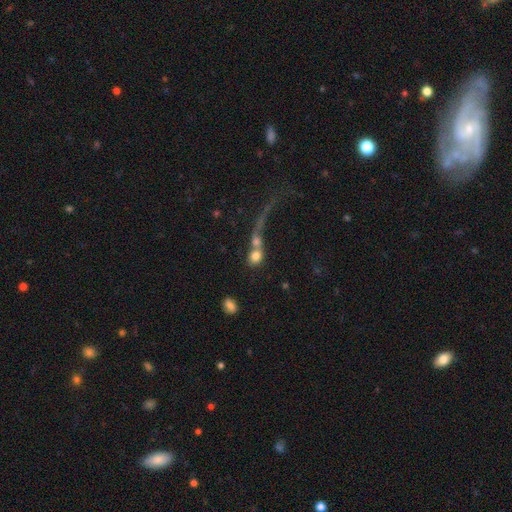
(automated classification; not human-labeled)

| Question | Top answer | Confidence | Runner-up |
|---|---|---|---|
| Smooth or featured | smooth | 72% | featured or disk (17%) |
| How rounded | round | 66% | in between (31%) |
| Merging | merger | 61% | none (22%) |